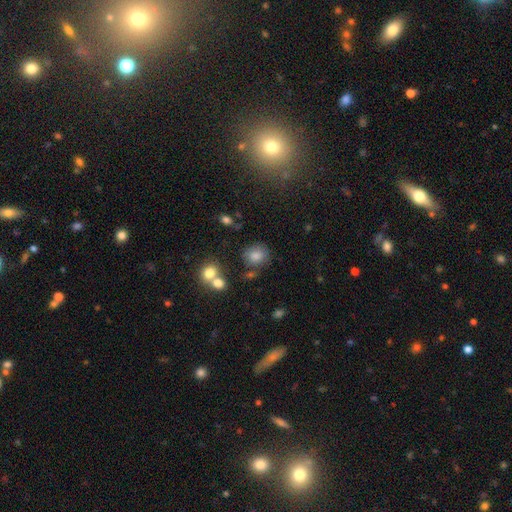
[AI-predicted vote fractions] Smooth or featured?
  - smooth: 78% *
  - star or artifact: 11%
  - featured or disk: 10%
How rounded?
  - round: 69% *
  - in between: 30%
  - cigar-shaped: 1%
Merging?
  - none: 66% *
  - minor disturbance: 17%
  - merger: 10%
  - major disturbance: 7%